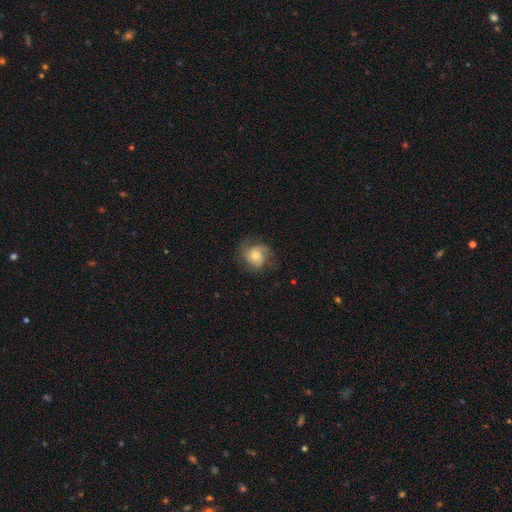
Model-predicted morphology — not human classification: A smooth galaxy with no disk features (46%). Merging: none (61%).